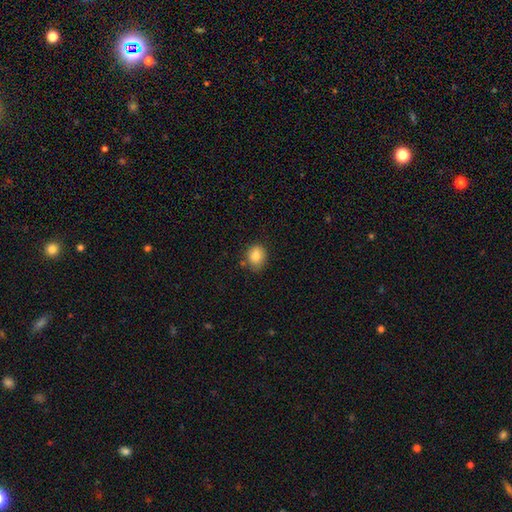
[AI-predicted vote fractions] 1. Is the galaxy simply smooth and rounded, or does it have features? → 83% smooth, 9% star or artifact, 8% featured or disk.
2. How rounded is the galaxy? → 59% round, 40% in between, 1% cigar-shaped.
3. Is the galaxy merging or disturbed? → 75% none, 18% minor disturbance, 4% merger, 3% major disturbance.